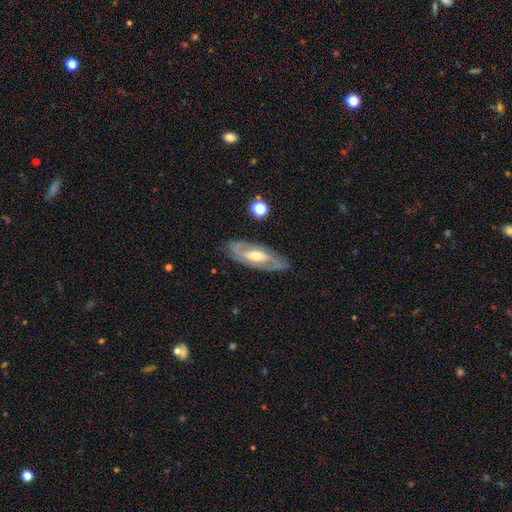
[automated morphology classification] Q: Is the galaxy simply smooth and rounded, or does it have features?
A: featured or disk — 80%.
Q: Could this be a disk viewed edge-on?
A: no — 86%.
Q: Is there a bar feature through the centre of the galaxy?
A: weak — 43%.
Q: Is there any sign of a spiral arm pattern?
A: yes — 87%.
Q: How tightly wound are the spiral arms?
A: medium — 44%.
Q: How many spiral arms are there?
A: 2 — 75%.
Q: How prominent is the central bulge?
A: moderate — 64%.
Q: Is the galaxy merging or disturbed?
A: none — 82%.